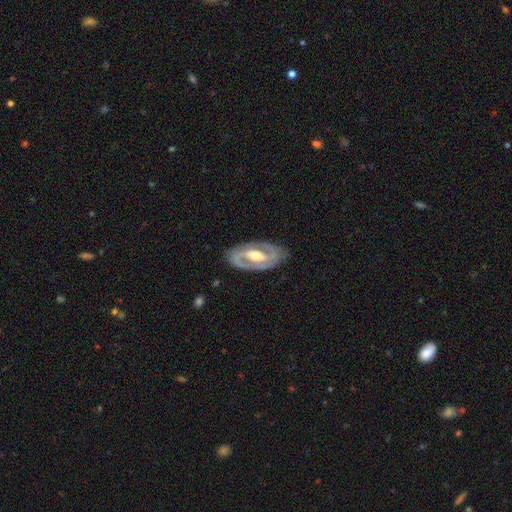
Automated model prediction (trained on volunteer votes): Smooth or featured: featured or disk — 85% (smooth — 11%)
Edge-on disk: no — 93% (yes — 7%)
Bar: strong — 42% (weak — 34%)
Spiral arms: yes — 82% (no — 18%)
Spiral winding: tight — 48% (medium — 40%)
Spiral arm count: 2 — 84% (can't tell — 8%)
Bulge size: moderate — 70% (small — 19%)
Merging: none — 82% (minor disturbance — 12%)